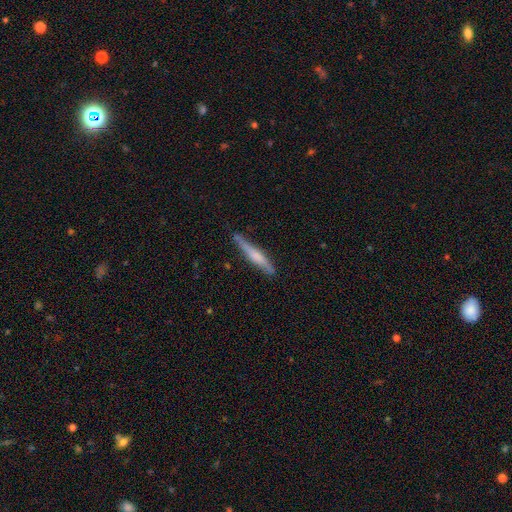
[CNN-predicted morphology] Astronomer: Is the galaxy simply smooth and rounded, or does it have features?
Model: featured or disk — 58% (runner-up: smooth, 36%).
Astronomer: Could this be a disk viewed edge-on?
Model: yes — 96%.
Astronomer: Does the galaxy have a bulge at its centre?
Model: rounded — 55%.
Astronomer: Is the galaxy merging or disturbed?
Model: none — 83%.